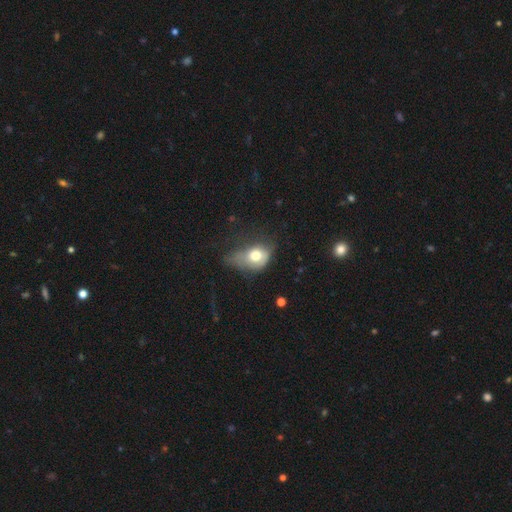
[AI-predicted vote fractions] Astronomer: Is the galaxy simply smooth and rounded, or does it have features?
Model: smooth — 68%.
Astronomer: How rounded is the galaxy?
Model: in between — 68%.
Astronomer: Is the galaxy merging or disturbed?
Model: major disturbance — 43% (runner-up: minor disturbance, 33%).